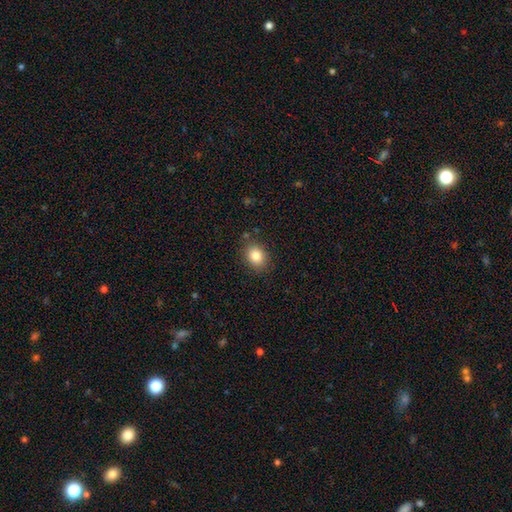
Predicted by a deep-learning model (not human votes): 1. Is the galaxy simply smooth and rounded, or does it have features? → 84% smooth, 10% star or artifact, 6% featured or disk.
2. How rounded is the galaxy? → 53% in between, 46% round, 1% cigar-shaped.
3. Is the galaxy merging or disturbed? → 83% none, 11% minor disturbance, 3% major disturbance, 2% merger.